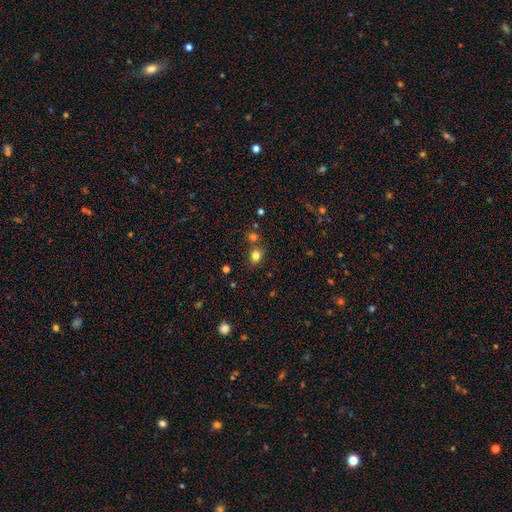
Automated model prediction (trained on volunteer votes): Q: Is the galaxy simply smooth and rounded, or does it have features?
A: smooth — 79%.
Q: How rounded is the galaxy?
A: round — 55%.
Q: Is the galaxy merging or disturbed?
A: none — 68%.